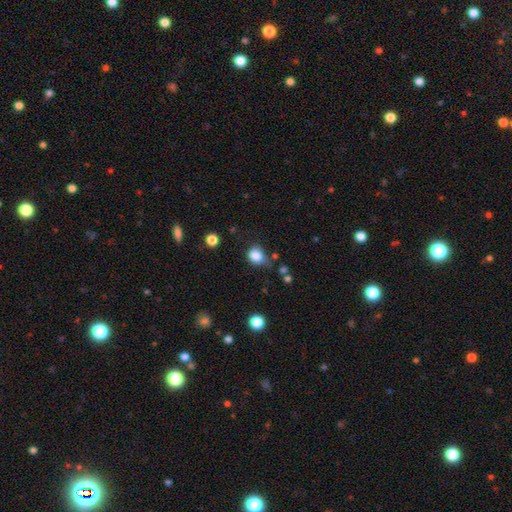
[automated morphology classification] smooth 83%, star or artifact 11%, featured or disk 6%. Down the decision tree: how rounded — round (63%); merging — none (57%).